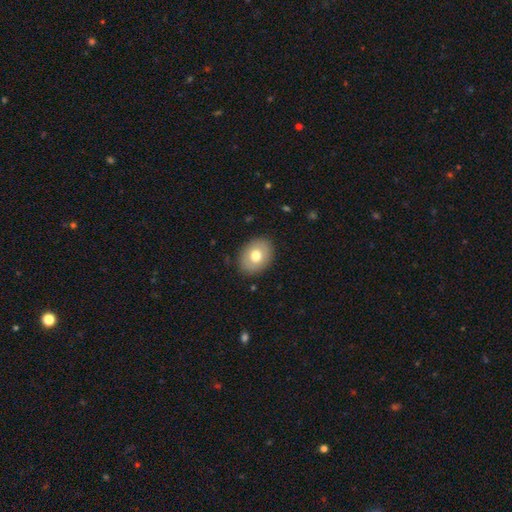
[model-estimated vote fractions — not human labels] Overall: smooth (72%). How rounded: in between (64%; round 35%). Merging: none (88%).